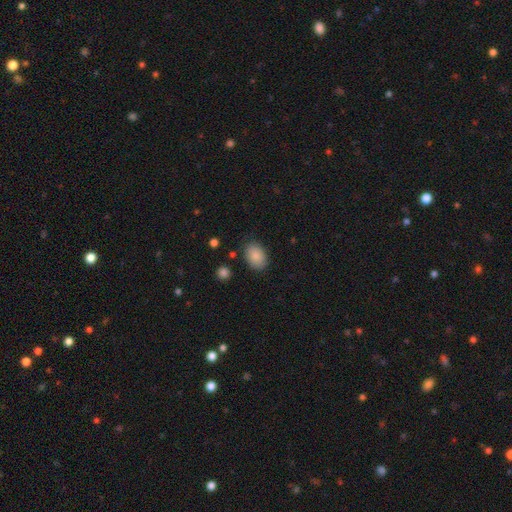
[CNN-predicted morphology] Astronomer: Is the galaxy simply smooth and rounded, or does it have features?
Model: smooth — 88%.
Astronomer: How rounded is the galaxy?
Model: in between — 83%.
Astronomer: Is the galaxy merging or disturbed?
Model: none — 84%.